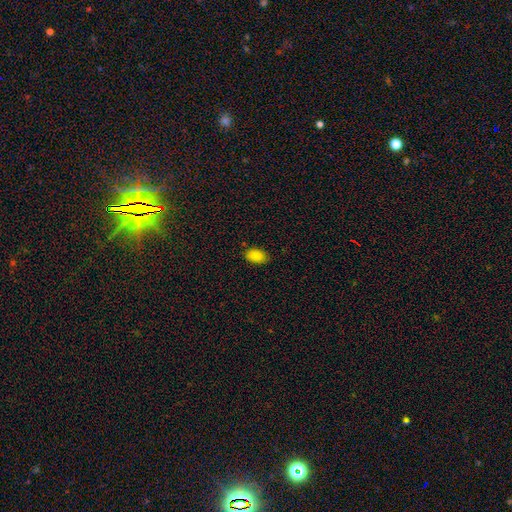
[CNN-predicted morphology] The model was most divided on "merging": none: 84%, minor disturbance: 12%, major disturbance: 2%, merger: 1%. More confident: how rounded — in between (91%); smooth or featured — smooth (86%).